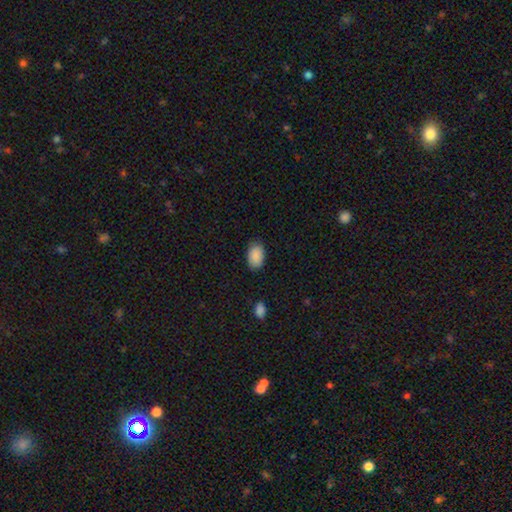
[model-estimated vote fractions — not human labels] smooth-or-featured: smooth: 90% | star or artifact: 7% | featured or disk: 3%
  how-rounded: in between: 89% | round: 10% | cigar-shaped: 1%
  merging: none: 84% | minor disturbance: 12% | major disturbance: 3% | merger: 1%